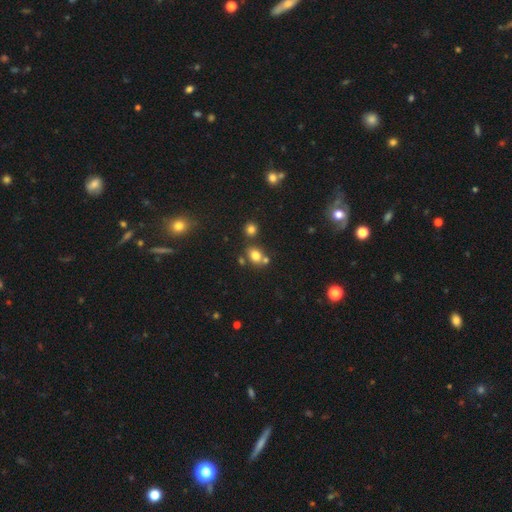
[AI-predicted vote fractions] Q: Smooth or featured?
A: smooth (76%); runner-up: star or artifact (15%)
Q: How rounded?
A: round (53%); runner-up: in between (46%)
Q: Merging?
A: none (60%); runner-up: merger (24%)